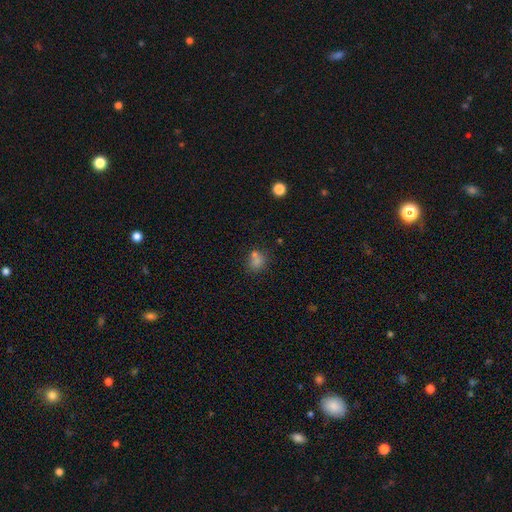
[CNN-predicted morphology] smooth 66%, star or artifact 24%, featured or disk 10%. Down the decision tree: how rounded — round (72%); merging — none (61%).